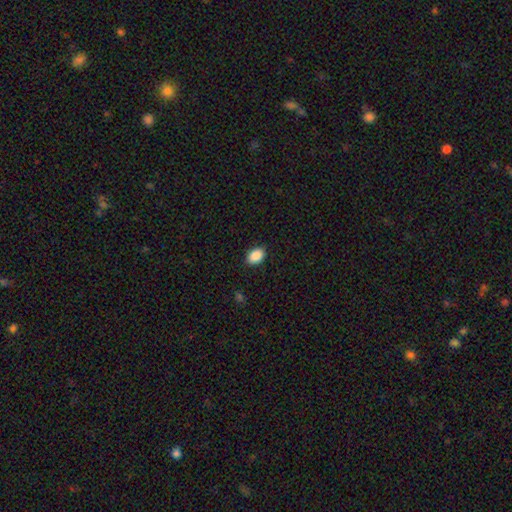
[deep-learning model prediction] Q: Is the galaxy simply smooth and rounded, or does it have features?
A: smooth — 89%.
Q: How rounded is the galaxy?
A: in between — 85%.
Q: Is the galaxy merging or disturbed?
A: none — 89%.